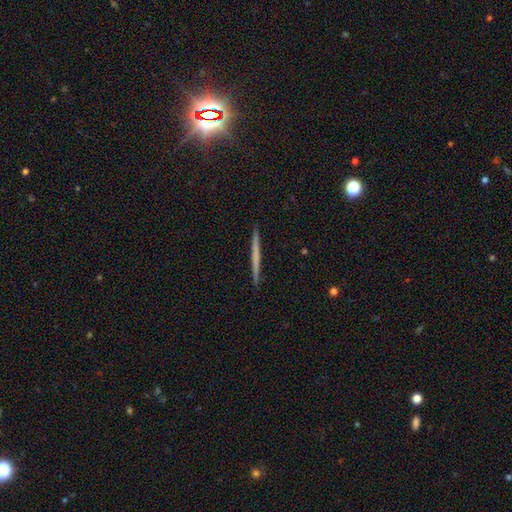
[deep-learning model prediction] Smooth or featured: featured or disk — 48% (smooth — 46%)
Merging: none — 93% (minor disturbance — 5%)